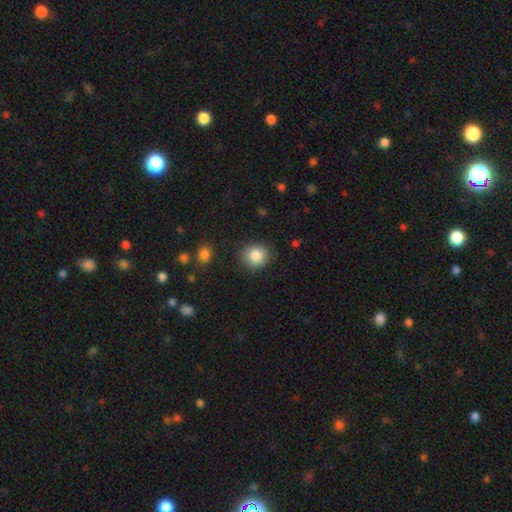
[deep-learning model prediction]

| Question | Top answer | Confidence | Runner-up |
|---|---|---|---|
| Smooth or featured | smooth | 84% | star or artifact (9%) |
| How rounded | round | 77% | in between (22%) |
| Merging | none | 85% | minor disturbance (11%) |